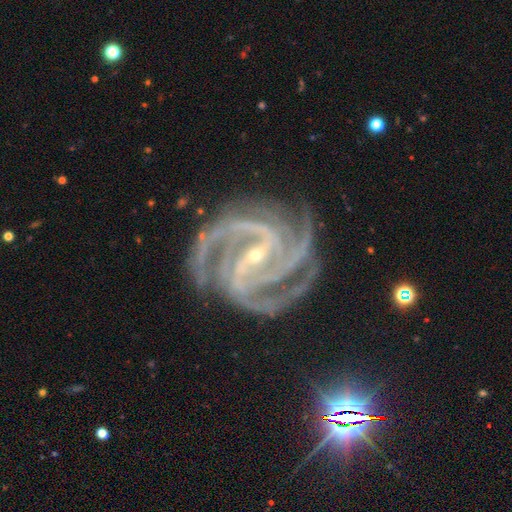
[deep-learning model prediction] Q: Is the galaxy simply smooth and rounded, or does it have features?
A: featured or disk — 94%.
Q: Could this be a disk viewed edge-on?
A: no — 98%.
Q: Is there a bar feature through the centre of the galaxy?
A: strong — 60%.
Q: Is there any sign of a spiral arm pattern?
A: yes — 99%.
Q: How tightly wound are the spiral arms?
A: tight — 58%.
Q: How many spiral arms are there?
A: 4 — 35%.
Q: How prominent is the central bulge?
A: small — 85%.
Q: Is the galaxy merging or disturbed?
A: none — 76%.